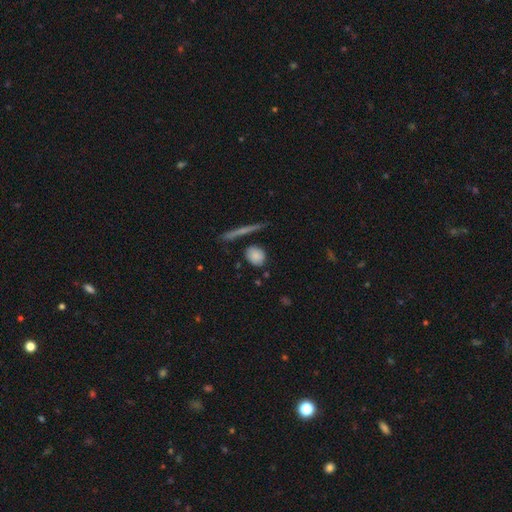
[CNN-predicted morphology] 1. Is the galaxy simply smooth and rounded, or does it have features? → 82% smooth, 10% featured or disk, 8% star or artifact.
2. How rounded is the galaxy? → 64% round, 31% in between, 6% cigar-shaped.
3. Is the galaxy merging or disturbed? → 75% none, 15% minor disturbance, 6% merger, 4% major disturbance.